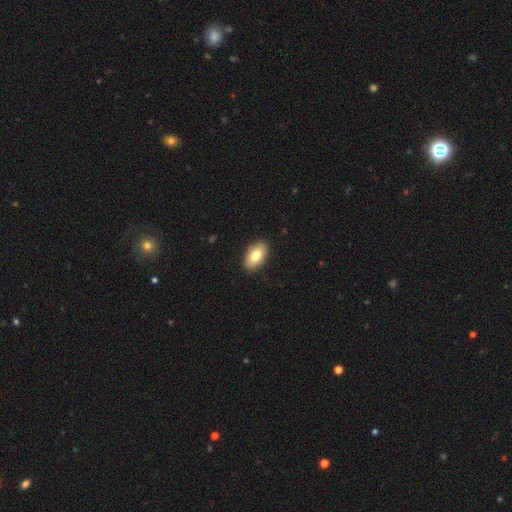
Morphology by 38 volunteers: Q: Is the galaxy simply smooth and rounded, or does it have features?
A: smooth — 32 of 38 (84%).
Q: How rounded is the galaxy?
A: in between — 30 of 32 (94%).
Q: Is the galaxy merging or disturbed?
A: none — 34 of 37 (92%).